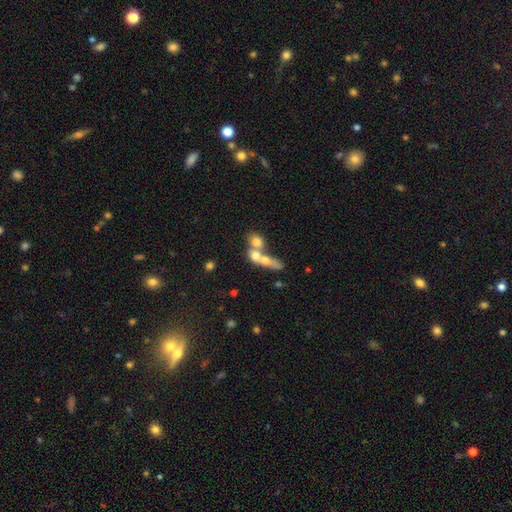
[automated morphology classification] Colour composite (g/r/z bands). It shows a smooth galaxy with no disk features (59%) that is round (46%). Merging: merger (66%).